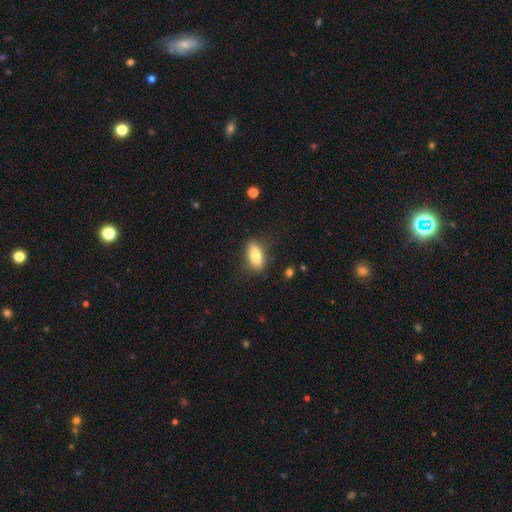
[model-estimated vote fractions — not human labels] Smooth or featured? Predicted: smooth (p=0.78). How rounded? Predicted: in between (p=0.82). Merging? Predicted: none (p=0.83).